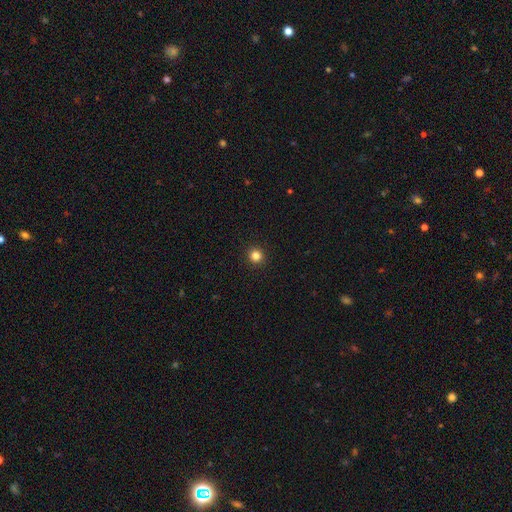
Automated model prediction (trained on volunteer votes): The model was most divided on "smooth or featured": smooth: 83%, star or artifact: 12%, featured or disk: 4%. More confident: how rounded — round (95%); merging — none (93%).